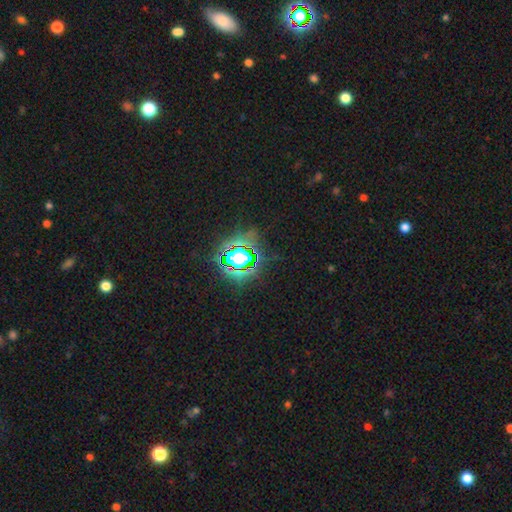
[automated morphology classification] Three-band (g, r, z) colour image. It shows a star or artifact, not a galaxy (81%).